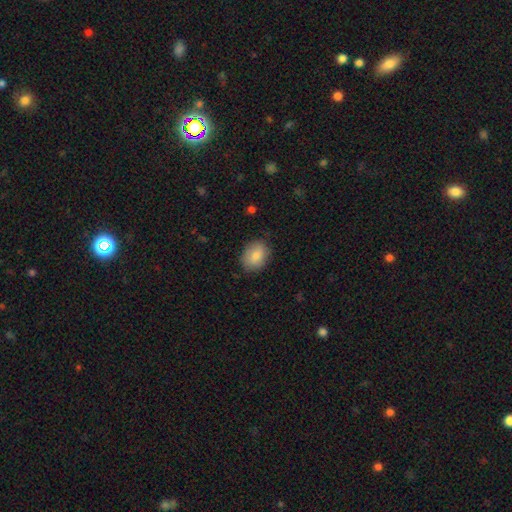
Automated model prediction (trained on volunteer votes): The model was most divided on "how rounded": in between: 64%, round: 35%, cigar-shaped: 1%. More confident: smooth or featured — smooth (82%); merging — none (80%).